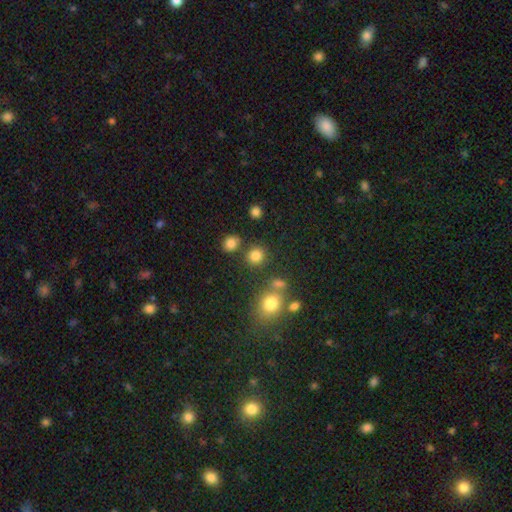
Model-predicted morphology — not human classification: smooth_or_featured: smooth (p=0.81) [alt: star or artifact p=0.14]
how_rounded: round (p=0.86) [alt: in between p=0.13]
merging: none (p=0.77) [alt: merger p=0.10]